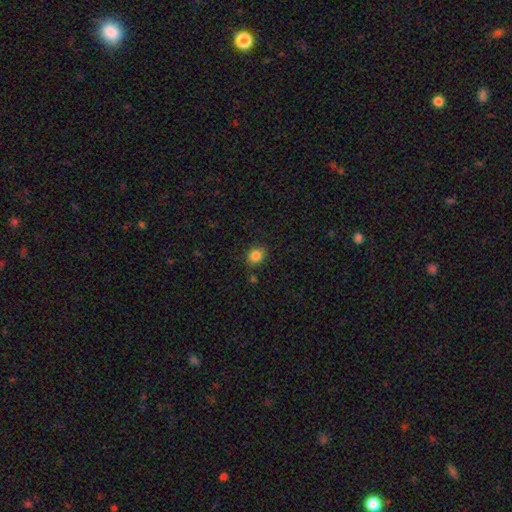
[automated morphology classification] The model was most divided on "how rounded": round: 71%, in between: 28%, cigar-shaped: 1%. More confident: smooth or featured — smooth (85%); merging — none (84%).